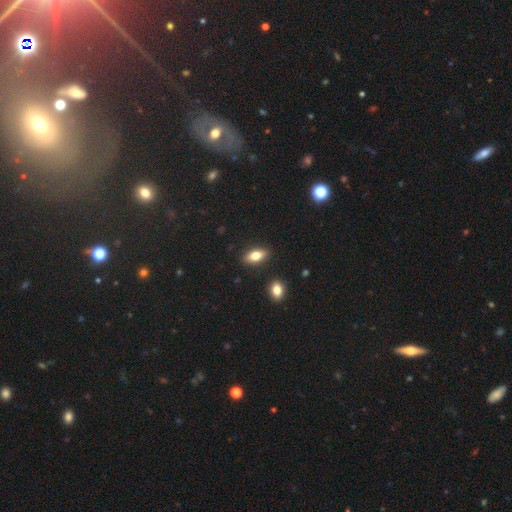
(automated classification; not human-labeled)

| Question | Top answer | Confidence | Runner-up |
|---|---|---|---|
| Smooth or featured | smooth | 75% | featured or disk (17%) |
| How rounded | in between | 84% | cigar-shaped (12%) |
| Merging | none | 87% | minor disturbance (8%) |